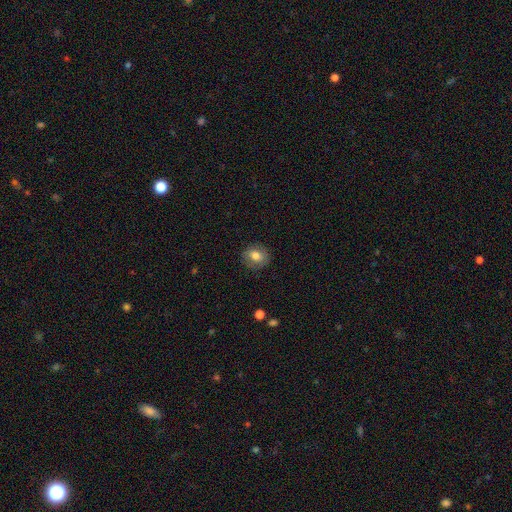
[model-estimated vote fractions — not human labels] This is likely a smooth galaxy (73%). How rounded: likely round (67%). Merging: clearly none (84%).